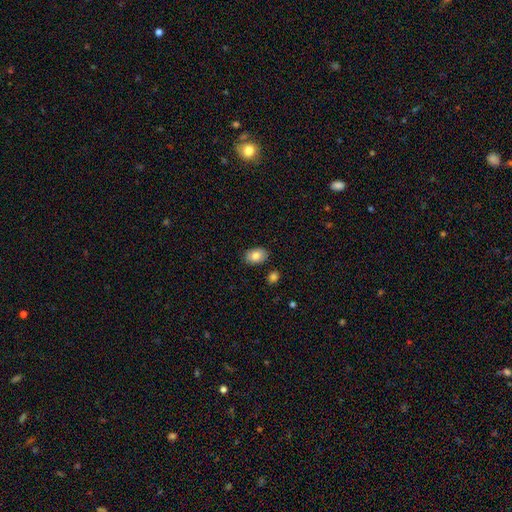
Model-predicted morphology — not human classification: Smooth or featured?
  - smooth: 82% *
  - featured or disk: 10%
  - star or artifact: 7%
How rounded?
  - in between: 83% *
  - round: 16%
  - cigar-shaped: 1%
Merging?
  - none: 86% *
  - minor disturbance: 10%
  - merger: 3%
  - major disturbance: 2%